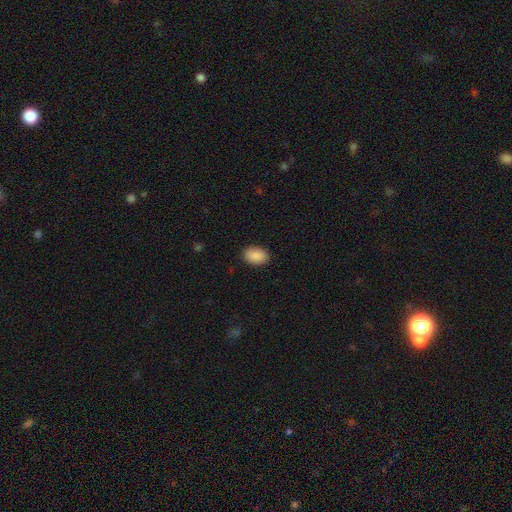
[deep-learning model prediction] The model was most divided on "how rounded": in between: 88%, round: 10%, cigar-shaped: 1%. More confident: smooth or featured — smooth (91%); merging — none (89%).